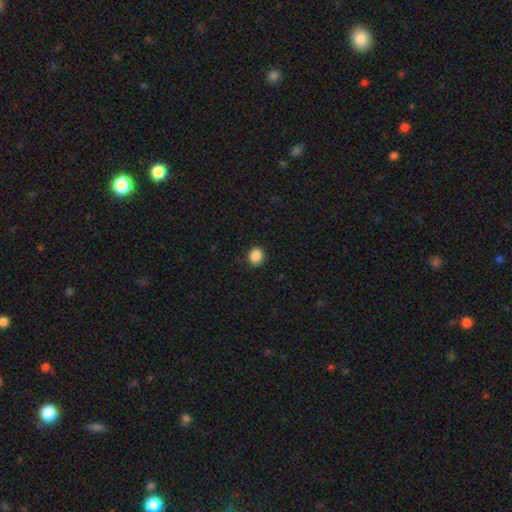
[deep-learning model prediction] Smooth or featured? smooth (87%)
How rounded? round (80%)
Merging? none (91%)